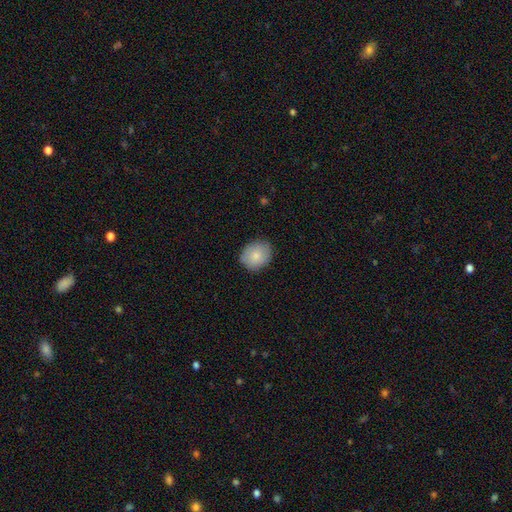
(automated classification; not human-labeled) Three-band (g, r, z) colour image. It shows a smooth galaxy with no disk features (81%) that is round (61%). Merging: none (83%).